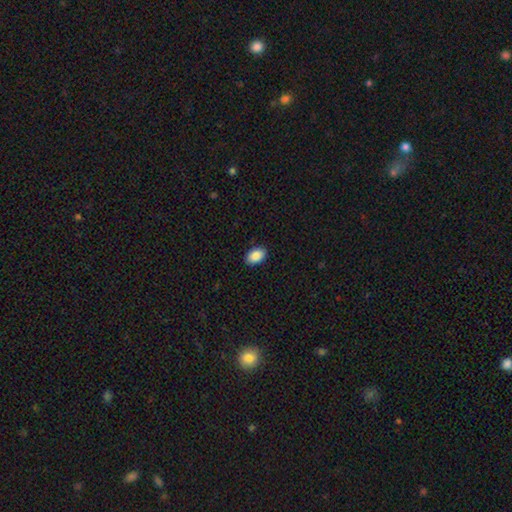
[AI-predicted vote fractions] Smooth or featured?
  - smooth: 90% *
  - star or artifact: 7%
  - featured or disk: 3%
How rounded?
  - in between: 90% *
  - round: 9%
  - cigar-shaped: 1%
Merging?
  - none: 90% *
  - minor disturbance: 7%
  - major disturbance: 2%
  - merger: 1%